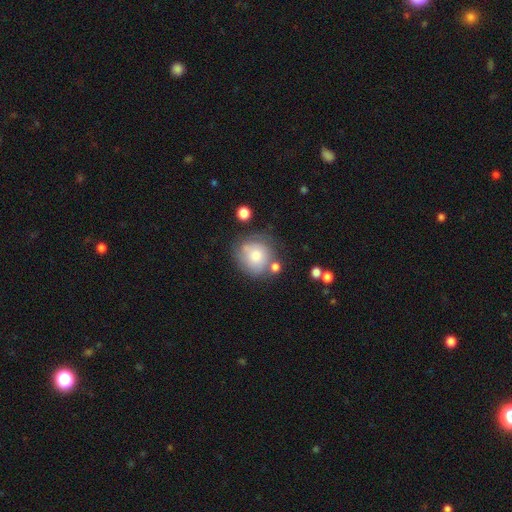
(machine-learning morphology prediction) smooth_or_featured: smooth (p=0.72) [alt: featured or disk p=0.20]
how_rounded: round (p=0.83) [alt: in between p=0.16]
merging: none (p=0.56) [alt: minor disturbance p=0.22]